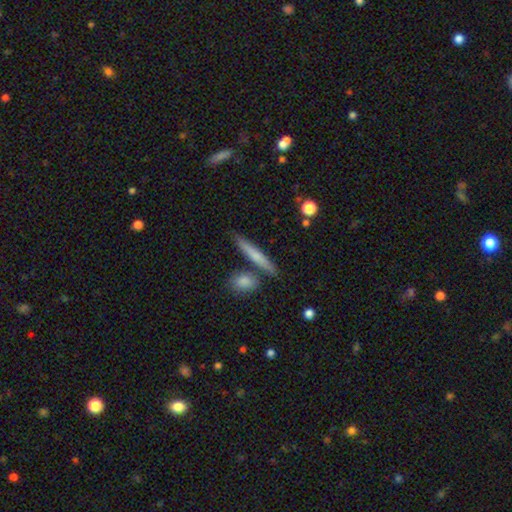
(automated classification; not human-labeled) Morphology: type=smooth (66%); roundness=cigar-shaped (91%); merging=none (80%).